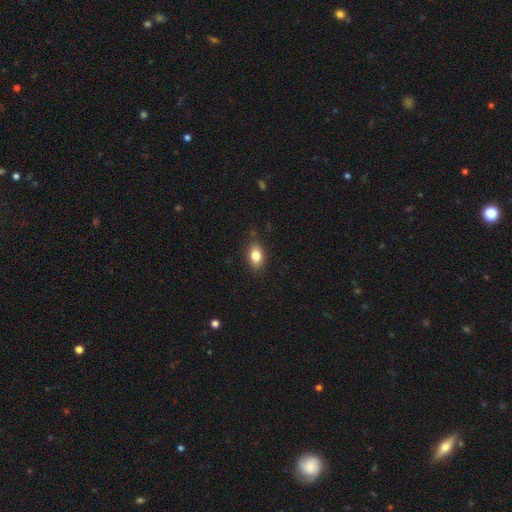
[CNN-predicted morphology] This appears to be a smooth galaxy with no disk features (82%) that is in between round and cigar-shaped (84%). Merging: none (83%).